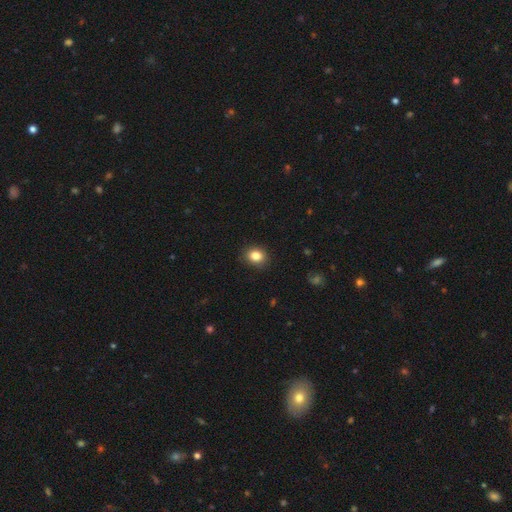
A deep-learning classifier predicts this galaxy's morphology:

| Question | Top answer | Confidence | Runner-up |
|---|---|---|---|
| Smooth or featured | smooth | 84% | star or artifact (10%) |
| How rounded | round | 58% | in between (41%) |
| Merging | none | 88% | minor disturbance (9%) |